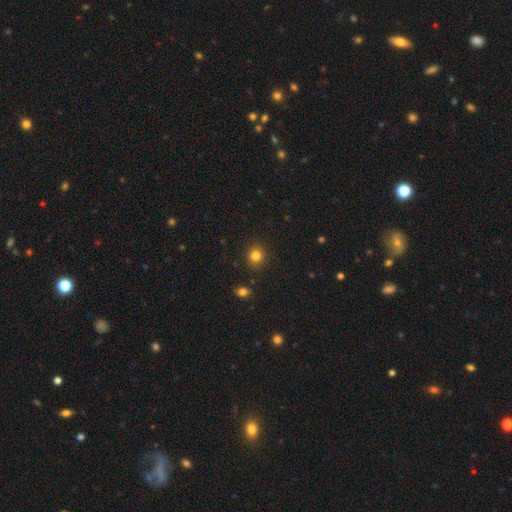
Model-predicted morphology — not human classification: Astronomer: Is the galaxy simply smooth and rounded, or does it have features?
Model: smooth — 82%.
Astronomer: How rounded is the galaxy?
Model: round — 87%.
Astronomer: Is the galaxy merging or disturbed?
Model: none — 90%.